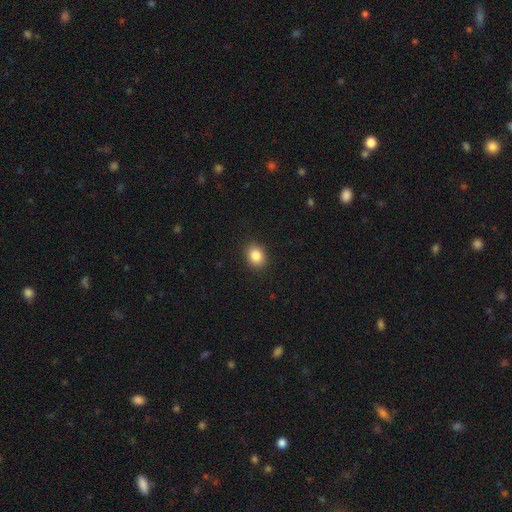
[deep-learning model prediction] A smooth galaxy with no disk features (85%) that is in between round and cigar-shaped (55%).

Vote fractions:
- Smooth or featured? smooth: 85% / star or artifact: 9% / featured or disk: 5%
- How rounded? in between: 55% / round: 44% / cigar-shaped: 1%
- Merging? none: 90% / minor disturbance: 7% / major disturbance: 2% / merger: 1%